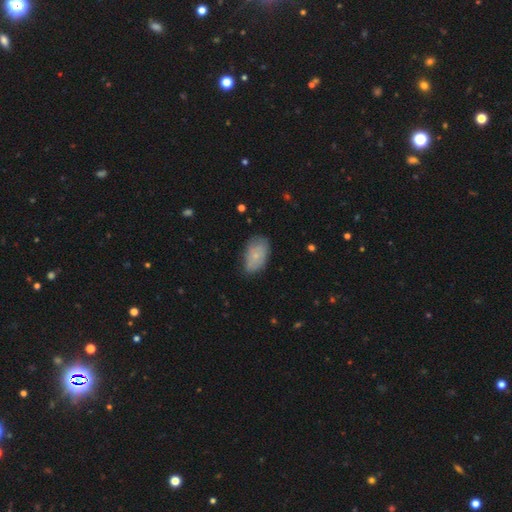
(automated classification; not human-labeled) Morphology: type=smooth (66%); roundness=in between (90%); merging=none (61%).